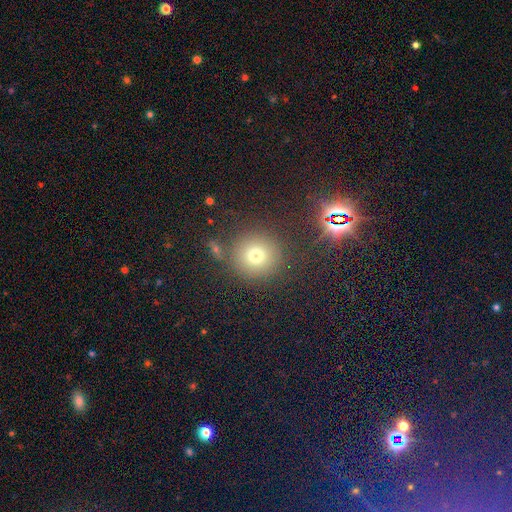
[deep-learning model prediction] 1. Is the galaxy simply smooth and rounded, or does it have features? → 74% smooth, 17% star or artifact, 10% featured or disk.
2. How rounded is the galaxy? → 93% round, 6% in between, 1% cigar-shaped.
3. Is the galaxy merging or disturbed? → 83% none, 8% minor disturbance, 5% merger, 4% major disturbance.